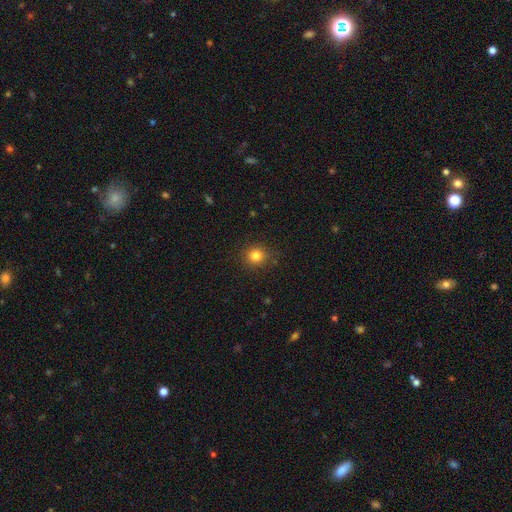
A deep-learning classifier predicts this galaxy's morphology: Smooth or featured: smooth — 82% (star or artifact — 13%)
How rounded: round — 89% (in between — 10%)
Merging: none — 88% (minor disturbance — 8%)